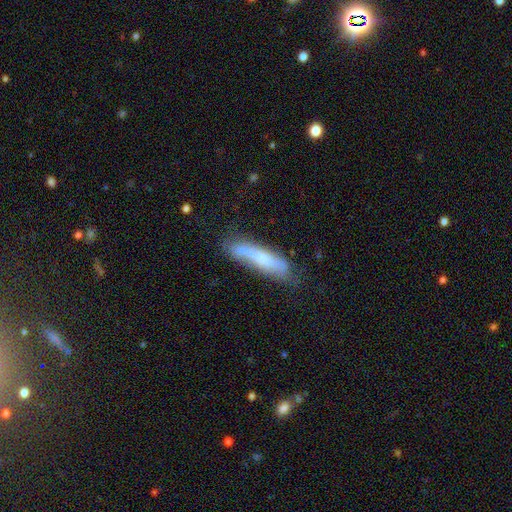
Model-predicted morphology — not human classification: smooth_or_featured: smooth (p=0.56) [alt: featured or disk p=0.35]
how_rounded: cigar-shaped (p=0.83) [alt: in between p=0.16]
merging: none (p=0.59) [alt: minor disturbance p=0.26]